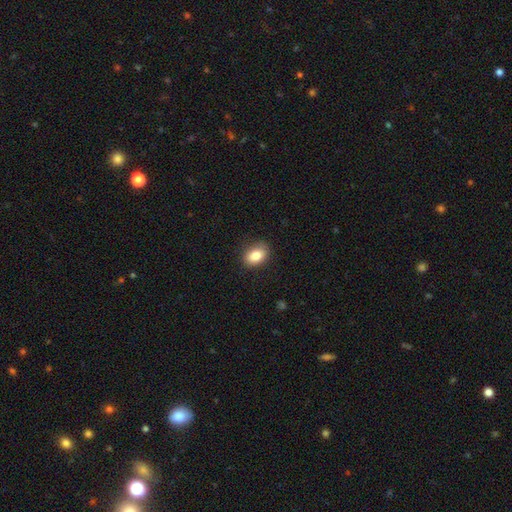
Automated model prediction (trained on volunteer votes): smooth_or_featured: smooth (p=0.84) [alt: star or artifact p=0.08]
how_rounded: in between (p=0.80) [alt: round p=0.18]
merging: none (p=0.84) [alt: minor disturbance p=0.12]